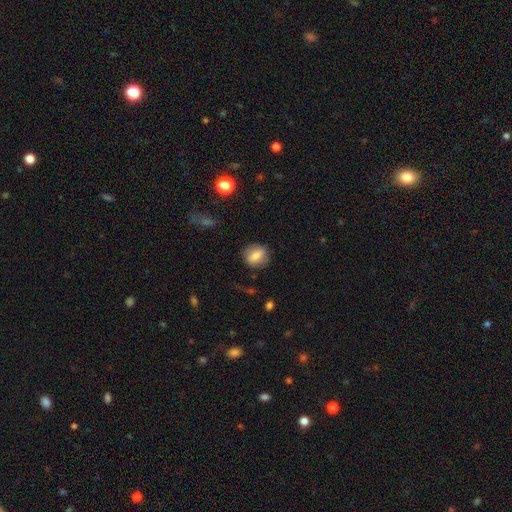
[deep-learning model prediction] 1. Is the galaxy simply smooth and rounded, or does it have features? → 73% smooth, 18% featured or disk, 9% star or artifact.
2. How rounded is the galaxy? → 57% round, 41% in between, 2% cigar-shaped.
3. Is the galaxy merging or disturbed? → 79% none, 15% minor disturbance, 5% major disturbance, 1% merger.